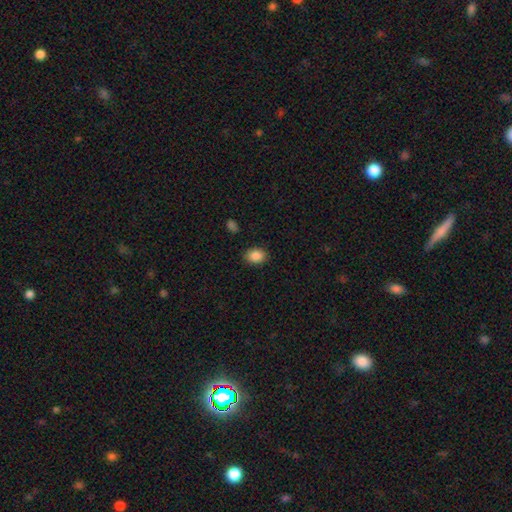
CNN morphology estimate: Smooth or featured: smooth — 87% (star or artifact — 9%)
How rounded: in between — 64% (round — 35%)
Merging: none — 88% (minor disturbance — 8%)